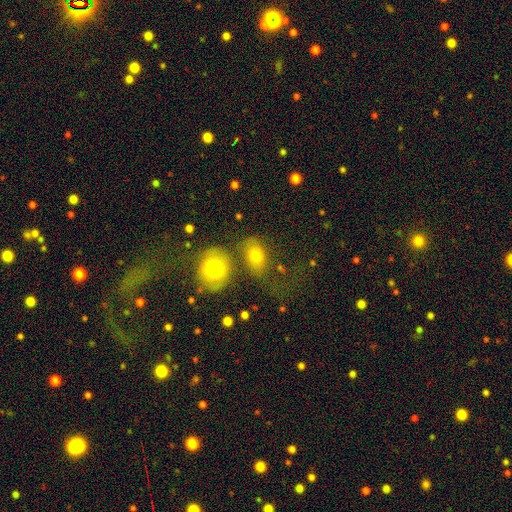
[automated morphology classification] Q: Smooth or featured?
A: smooth (73%); runner-up: featured or disk (15%)
Q: How rounded?
A: in between (69%); runner-up: round (29%)
Q: Merging?
A: none (51%); runner-up: merger (26%)